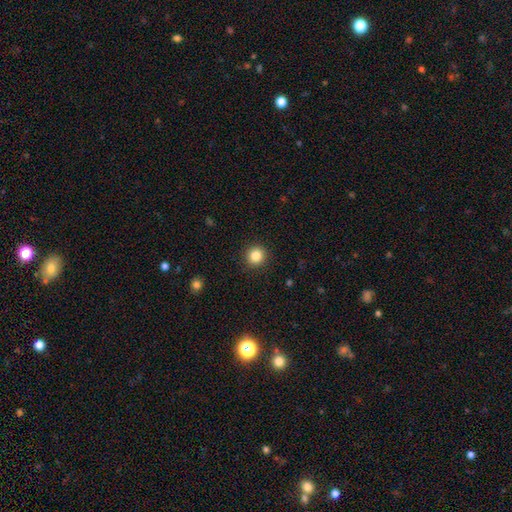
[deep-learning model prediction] A smooth galaxy with no disk features (85%) that is round (92%).

Vote fractions:
- Smooth or featured? smooth: 85% / star or artifact: 11% / featured or disk: 5%
- How rounded? round: 92% / in between: 7% / cigar-shaped: 1%
- Merging? none: 92% / minor disturbance: 5% / major disturbance: 2% / merger: 1%